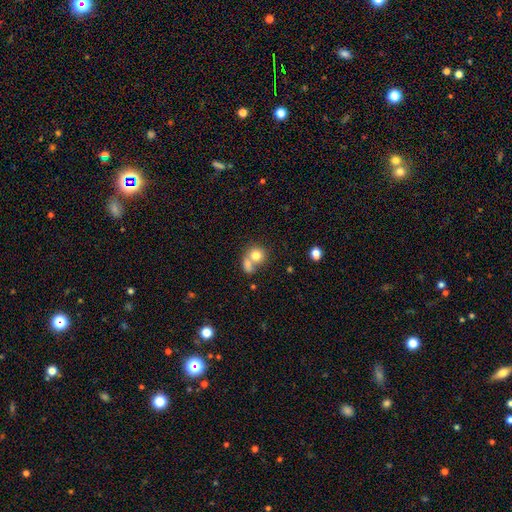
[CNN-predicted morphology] Smooth or featured? Predicted: smooth (p=0.77). How rounded? Predicted: round (p=0.78). Merging? Predicted: merger (p=0.54).